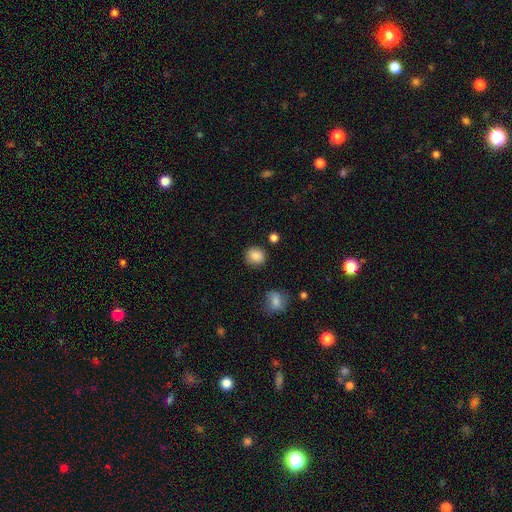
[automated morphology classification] A smooth galaxy with no disk features (86%) that is round (80%). Merging: none (82%).